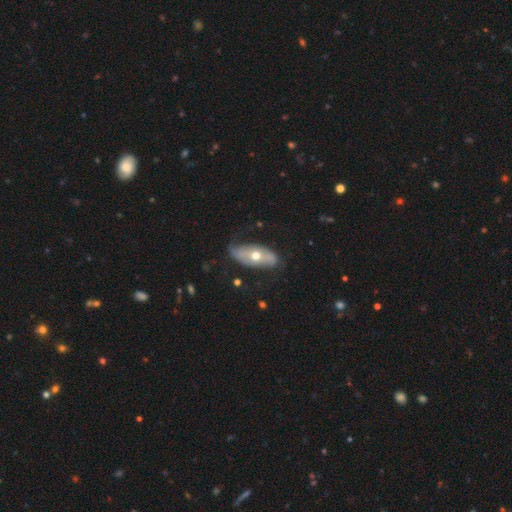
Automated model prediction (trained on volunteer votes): smooth-or-featured: featured or disk: 53% | smooth: 41% | star or artifact: 6%
  disk-edge-on: no: 75% | yes: 25%
  merging: none: 64% | minor disturbance: 26% | major disturbance: 9% | merger: 2%